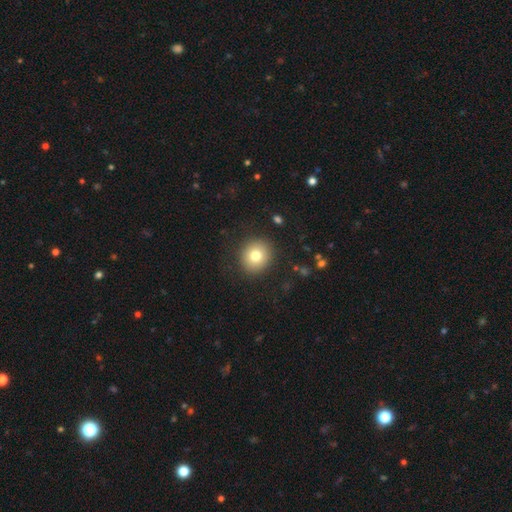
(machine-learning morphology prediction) A smooth galaxy with no disk features (78%) that is round (88%).

Vote fractions:
- Smooth or featured? smooth: 78% / featured or disk: 12% / star or artifact: 10%
- How rounded? round: 88% / in between: 11% / cigar-shaped: 1%
- Merging? none: 89% / minor disturbance: 7% / major disturbance: 3% / merger: 1%